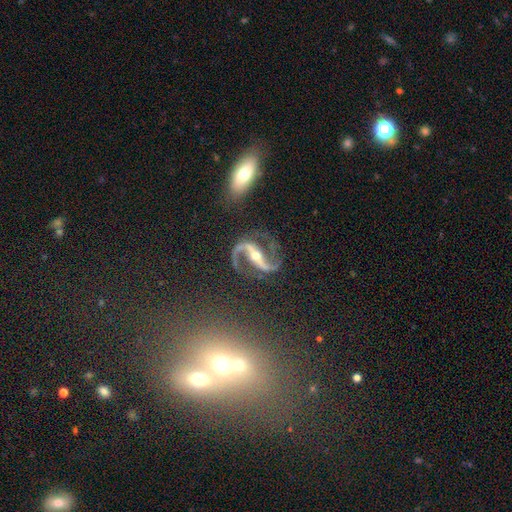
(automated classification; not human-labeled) smooth_or_featured: featured or disk (p=0.92) [alt: star or artifact p=0.05]
disk_edge_on: no (p=0.96) [alt: yes p=0.04]
bar: strong (p=0.65) [alt: weak p=0.20]
has_spiral_arms: yes (p=0.98) [alt: no p=0.02]
spiral_winding: loose (p=0.47) [alt: medium p=0.43]
spiral_arm_count: 2 (p=0.94) [alt: 1 p=0.02]
bulge_size: moderate (p=0.56) [alt: small p=0.38]
merging: none (p=0.75) [alt: minor disturbance p=0.14]